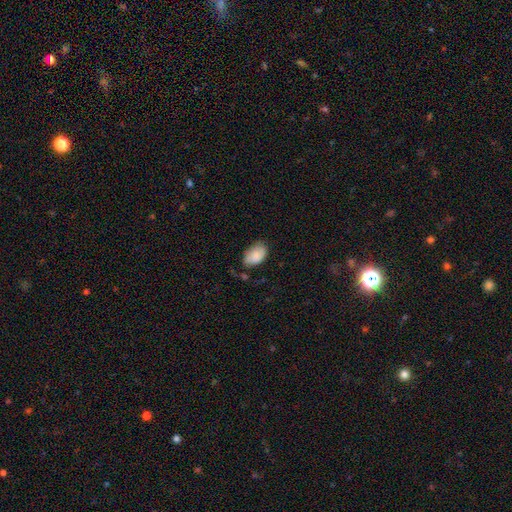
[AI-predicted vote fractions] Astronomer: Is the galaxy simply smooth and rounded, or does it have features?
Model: smooth — 84%.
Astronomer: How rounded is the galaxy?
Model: in between — 90%.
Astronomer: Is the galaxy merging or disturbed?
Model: none — 57%.